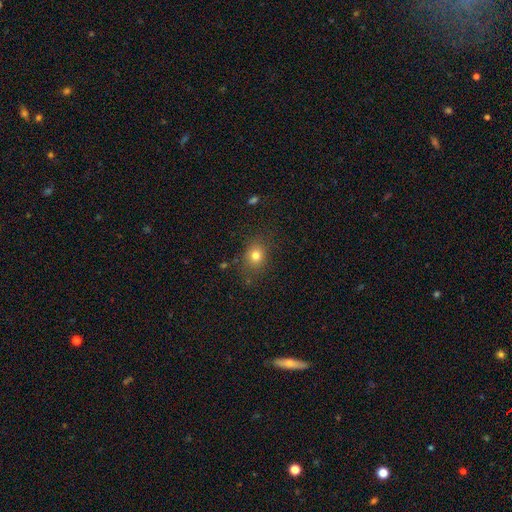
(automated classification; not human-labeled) Smooth or featured? smooth (77%)
How rounded? round (64%)
Merging? none (80%)